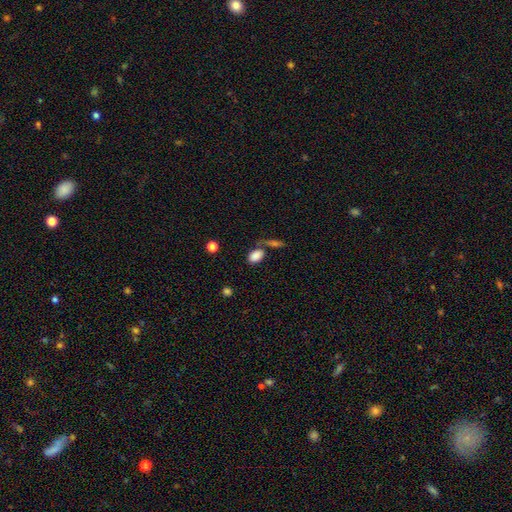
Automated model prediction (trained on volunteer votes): smooth_or_featured: smooth (p=0.84) [alt: star or artifact p=0.09]
how_rounded: in between (p=0.85) [alt: round p=0.12]
merging: none (p=0.55) [alt: merger p=0.22]